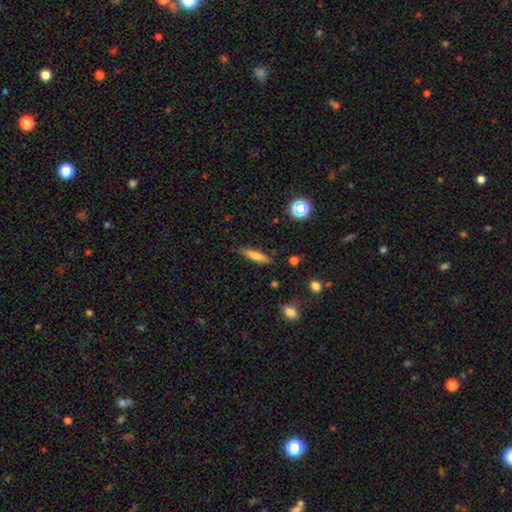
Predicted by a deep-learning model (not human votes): A smooth galaxy with no disk features (67%) that is cigar-shaped (81%). Merging: none (86%).